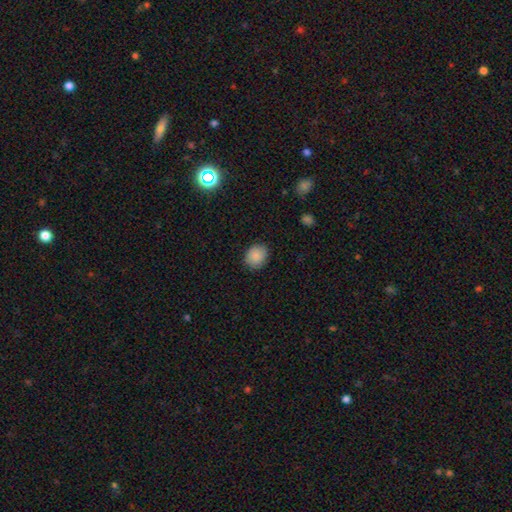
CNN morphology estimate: A smooth galaxy with no disk features (87%) that is round (63%). Merging: none (87%).